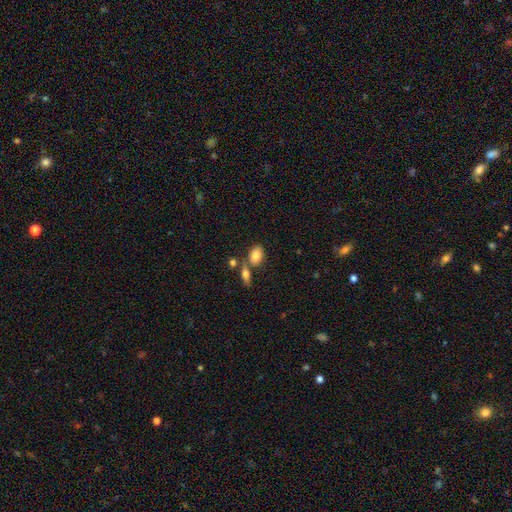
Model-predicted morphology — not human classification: Overall: smooth (81%). How rounded: in between (87%). Merging: none (58%; merger 26%).